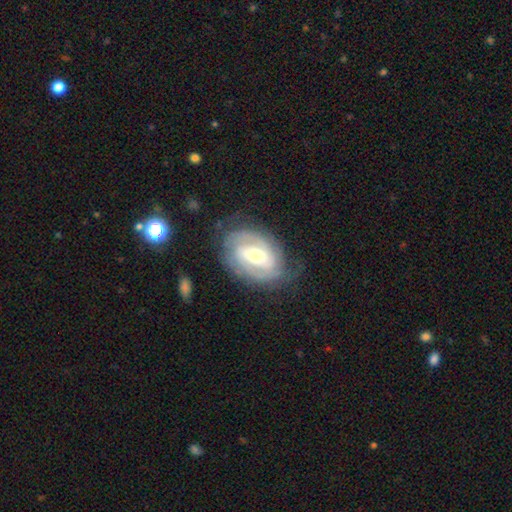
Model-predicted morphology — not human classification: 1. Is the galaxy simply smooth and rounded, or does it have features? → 83% featured or disk, 12% smooth, 5% star or artifact.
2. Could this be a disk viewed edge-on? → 96% no, 4% yes.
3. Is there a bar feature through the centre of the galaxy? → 41% strong, 40% weak, 19% no.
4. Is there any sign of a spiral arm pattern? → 90% yes, 10% no.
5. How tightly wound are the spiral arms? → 62% tight, 30% medium, 8% loose.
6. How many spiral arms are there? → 65% 2, 18% can't tell, 9% 3, 3% 1, 2% 4, 2% more than 4.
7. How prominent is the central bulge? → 66% moderate, 26% small, 6% large, 1% none, 1% dominant.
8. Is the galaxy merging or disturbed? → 75% none, 17% minor disturbance, 7% major disturbance, 1% merger.